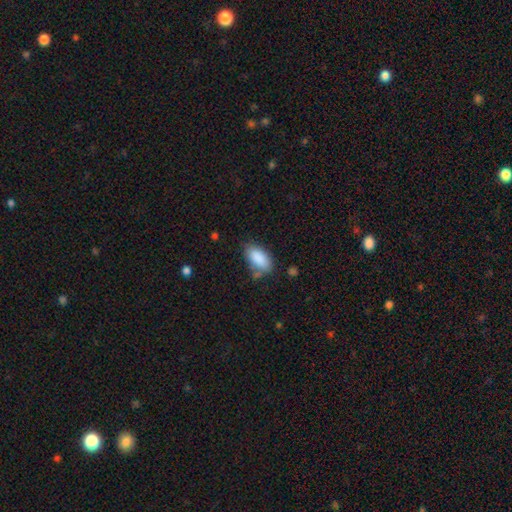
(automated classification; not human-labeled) A smooth galaxy with no disk features (88%) that is in between round and cigar-shaped (92%).

Vote fractions:
- Smooth or featured? smooth: 88% / star or artifact: 7% / featured or disk: 5%
- How rounded? in between: 92% / cigar-shaped: 5% / round: 3%
- Merging? none: 71% / minor disturbance: 20% / merger: 5% / major disturbance: 5%